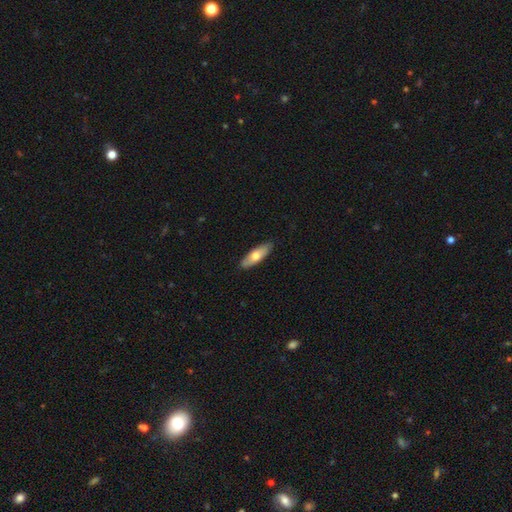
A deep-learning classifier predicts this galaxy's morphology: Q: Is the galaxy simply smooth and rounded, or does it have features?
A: smooth — 64%.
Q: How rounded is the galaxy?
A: in between — 55%.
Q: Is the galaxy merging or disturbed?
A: none — 88%.